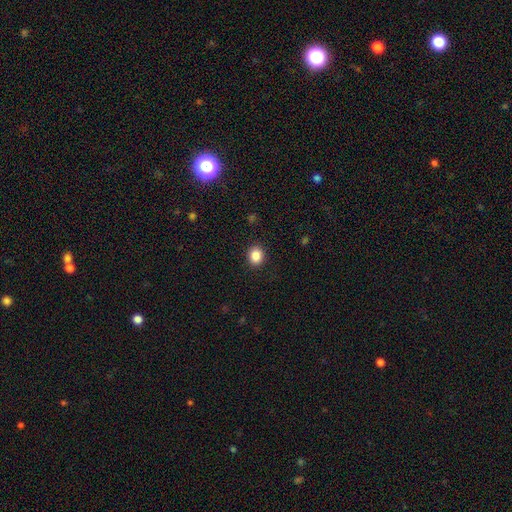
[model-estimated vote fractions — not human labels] Smooth or featured? Predicted: smooth (p=0.86). How rounded? Predicted: round (p=0.68). Merging? Predicted: none (p=0.91).